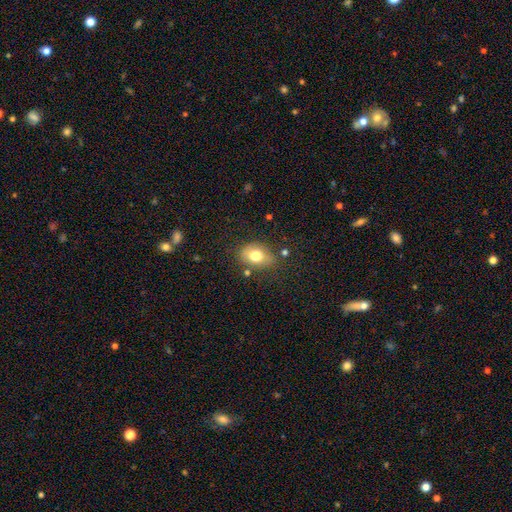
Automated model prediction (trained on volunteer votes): smooth_or_featured: smooth (p=0.73) [alt: featured or disk p=0.18]
how_rounded: in between (p=0.75) [alt: round p=0.24]
merging: none (p=0.71) [alt: minor disturbance p=0.19]